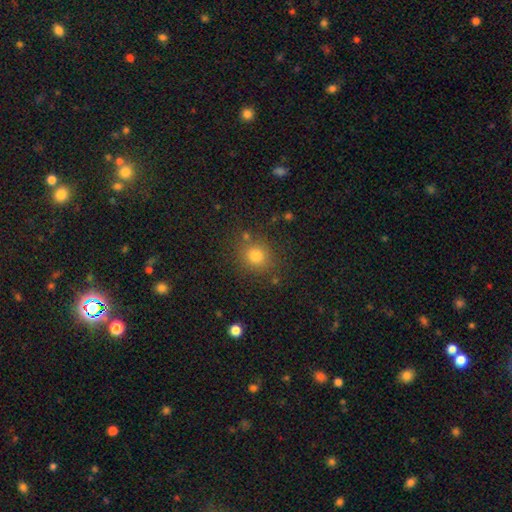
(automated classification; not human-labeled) Smooth or featured?
  - smooth: 78% *
  - star or artifact: 15%
  - featured or disk: 7%
How rounded?
  - round: 85% *
  - in between: 14%
  - cigar-shaped: 1%
Merging?
  - none: 82% *
  - minor disturbance: 10%
  - merger: 5%
  - major disturbance: 3%